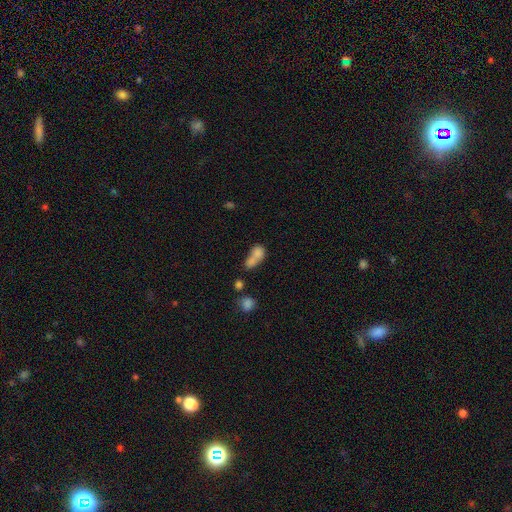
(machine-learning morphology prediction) smooth 75%, featured or disk 15%, star or artifact 10%. Down the decision tree: how rounded — in between (60%); merging — merger (66%).